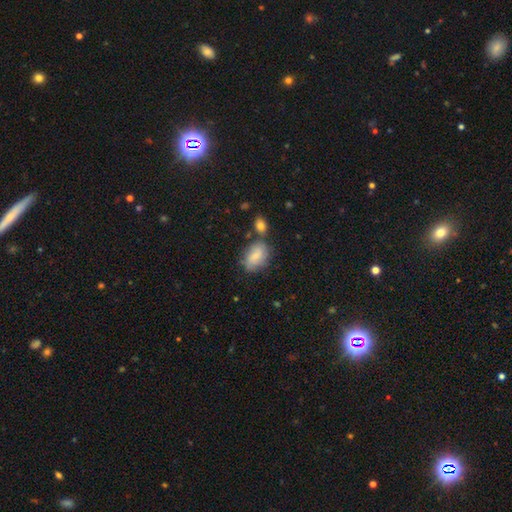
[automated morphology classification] This is likely a smooth galaxy (75%). How rounded: clearly in between (86%). Merging: possibly none (59%).